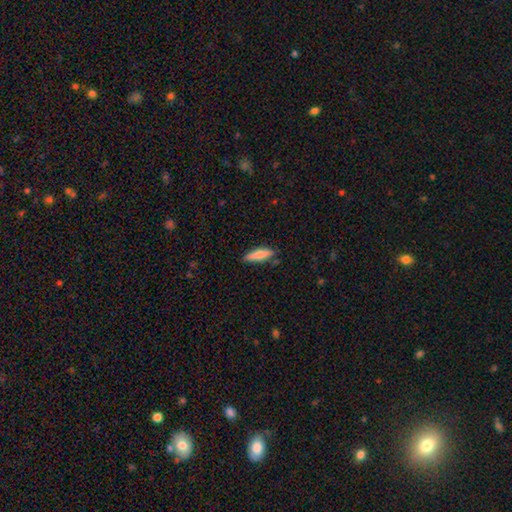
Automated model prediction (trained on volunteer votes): Smooth or featured: smooth — 73% (featured or disk — 20%)
How rounded: cigar-shaped — 72% (in between — 26%)
Merging: none — 83% (minor disturbance — 13%)